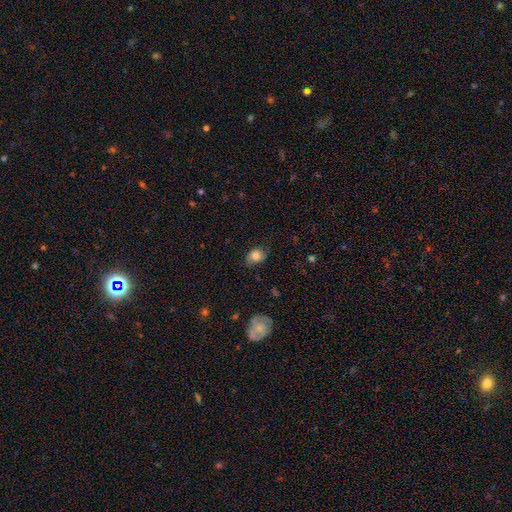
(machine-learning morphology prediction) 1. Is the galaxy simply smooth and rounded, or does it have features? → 77% smooth, 14% featured or disk, 9% star or artifact.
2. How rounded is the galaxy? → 54% in between, 45% round, 1% cigar-shaped.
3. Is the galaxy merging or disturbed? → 66% none, 25% minor disturbance, 7% major disturbance, 1% merger.